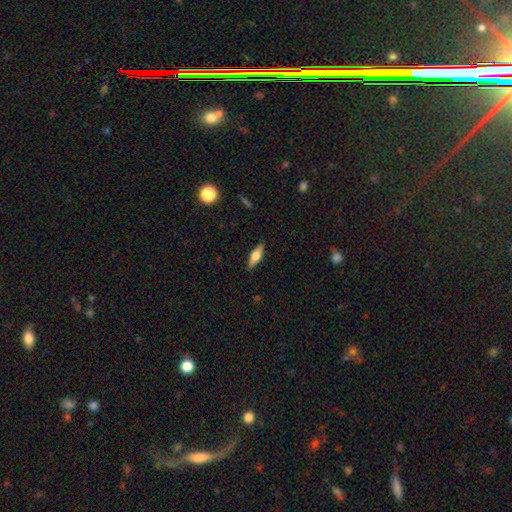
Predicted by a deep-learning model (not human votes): smooth-or-featured: smooth: 50% | featured or disk: 43% | star or artifact: 7%
  how-rounded: cigar-shaped: 51% | in between: 46% | round: 3%
  merging: none: 88% | minor disturbance: 9% | major disturbance: 2% | merger: 1%